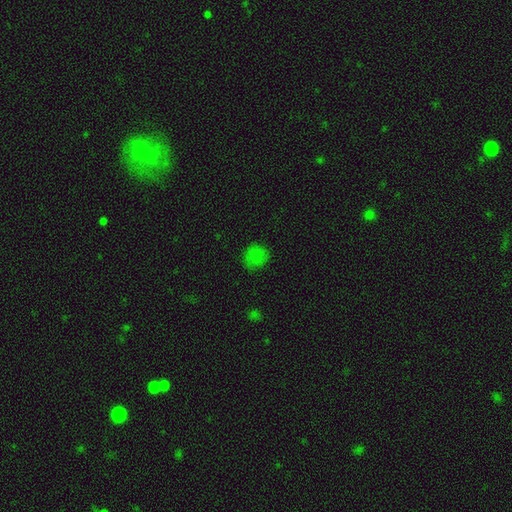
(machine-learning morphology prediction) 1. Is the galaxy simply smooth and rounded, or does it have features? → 78% smooth, 16% star or artifact, 6% featured or disk.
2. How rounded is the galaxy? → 84% round, 15% in between, 1% cigar-shaped.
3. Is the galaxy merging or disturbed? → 79% none, 16% minor disturbance, 4% major disturbance, 1% merger.